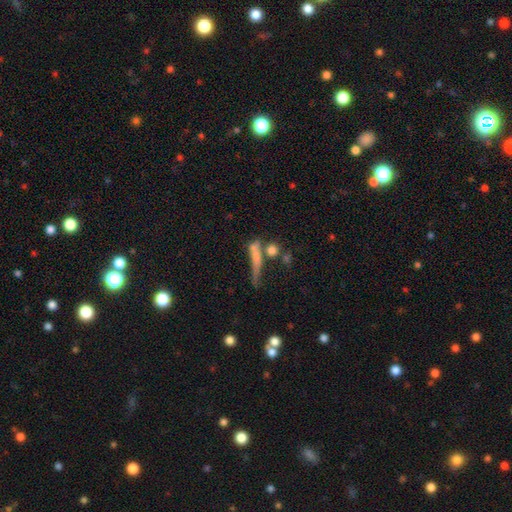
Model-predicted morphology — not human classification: Smooth or featured: smooth — 57% (featured or disk — 31%)
How rounded: cigar-shaped — 72% (in between — 17%)
Merging: none — 36% (merger — 28%)